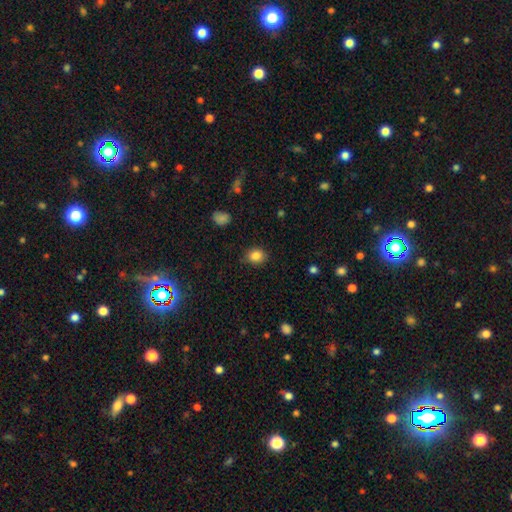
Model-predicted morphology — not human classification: Smooth or featured? smooth (85%)
How rounded? round (60%)
Merging? none (82%)